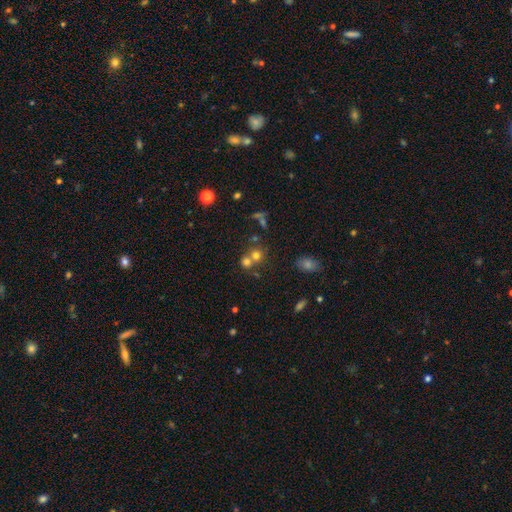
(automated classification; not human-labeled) This is likely a smooth galaxy (67%). How rounded: clearly round (85%). Merging: possibly merger (48%).